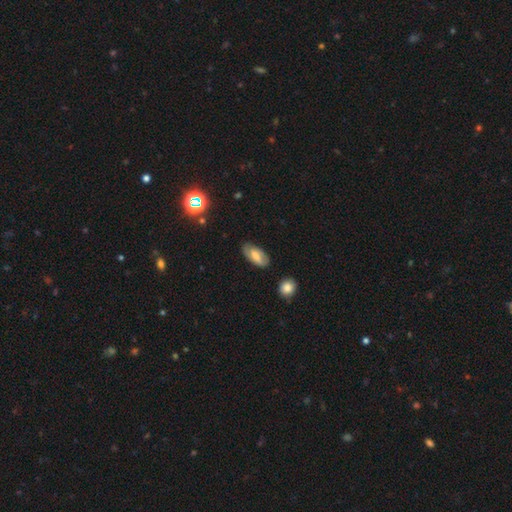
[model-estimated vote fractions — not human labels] smooth_or_featured: smooth (p=0.55) [alt: featured or disk p=0.38]
how_rounded: in between (p=0.89) [alt: cigar-shaped p=0.07]
merging: none (p=0.75) [alt: minor disturbance p=0.19]